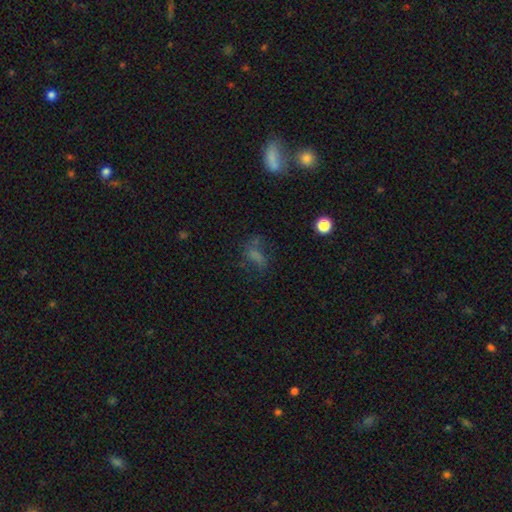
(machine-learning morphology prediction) smooth-or-featured: smooth: 48% | star or artifact: 28% | featured or disk: 24%
  merging: none: 49% | major disturbance: 22% | minor disturbance: 20% | merger: 9%